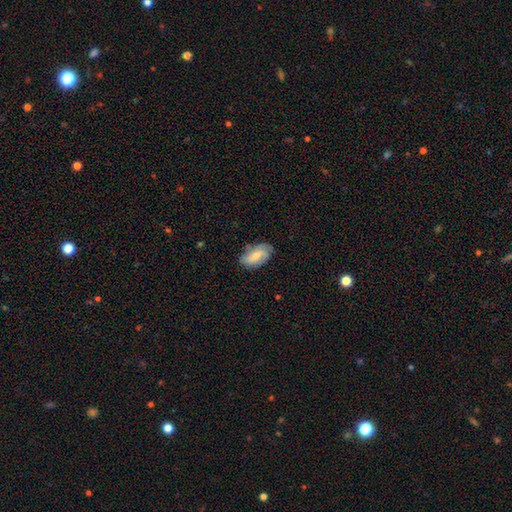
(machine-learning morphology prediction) Q: Smooth or featured?
A: smooth (55%); runner-up: featured or disk (38%)
Q: How rounded?
A: in between (92%); runner-up: round (5%)
Q: Merging?
A: none (68%); runner-up: minor disturbance (24%)